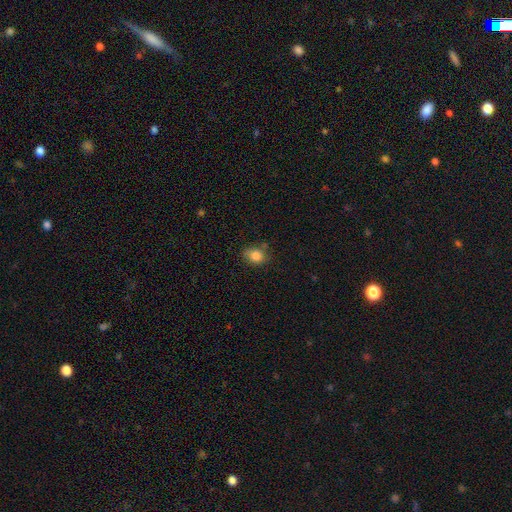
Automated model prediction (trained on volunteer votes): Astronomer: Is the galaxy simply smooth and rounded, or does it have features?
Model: smooth — 83%.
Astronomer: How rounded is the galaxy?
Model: round — 51% (runner-up: in between, 48%).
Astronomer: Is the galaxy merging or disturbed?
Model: none — 68%.